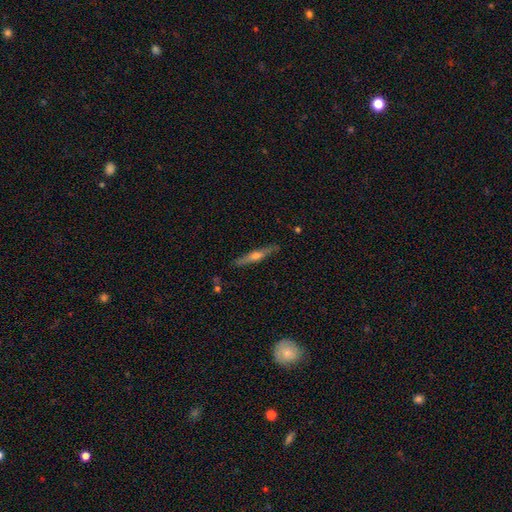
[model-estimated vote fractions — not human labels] This appears to be a featured or disk galaxy (68%) viewed edge-on (97%) with a rounded central bulge (89%). Merging: none (88%).